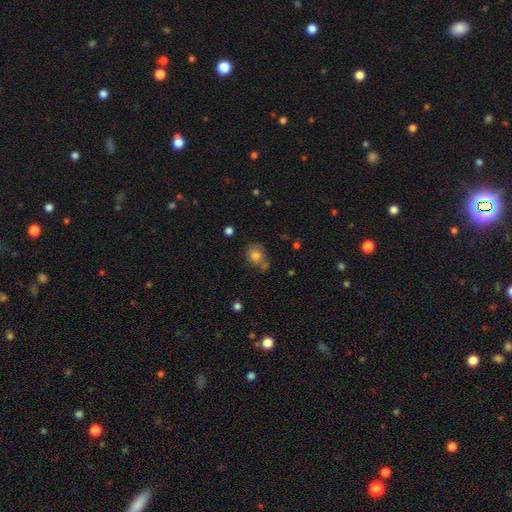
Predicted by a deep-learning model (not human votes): A smooth galaxy with no disk features (77%) that is in between round and cigar-shaped (50%).

Vote fractions:
- Smooth or featured? smooth: 77% / featured or disk: 13% / star or artifact: 10%
- How rounded? in between: 50% / round: 49% / cigar-shaped: 1%
- Merging? none: 51% / minor disturbance: 25% / merger: 14% / major disturbance: 9%